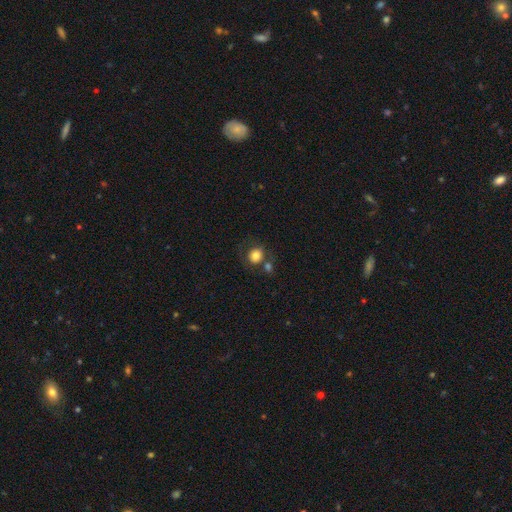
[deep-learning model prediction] Smooth or featured?
  - smooth: 81% *
  - star or artifact: 10%
  - featured or disk: 10%
How rounded?
  - round: 79% *
  - in between: 20%
  - cigar-shaped: 1%
Merging?
  - none: 57% *
  - merger: 22%
  - minor disturbance: 14%
  - major disturbance: 7%